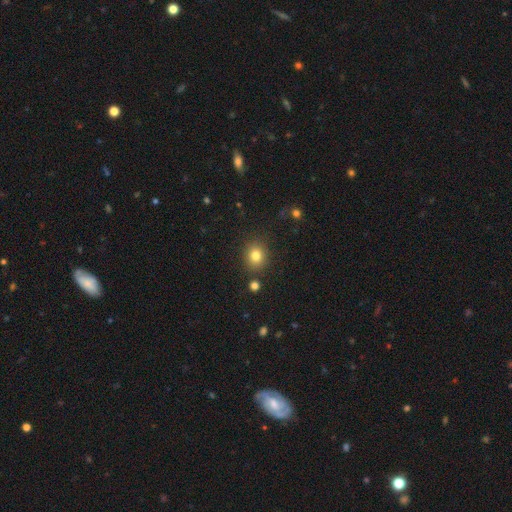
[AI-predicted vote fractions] A smooth galaxy with no disk features (82%) that is round (72%).

Vote fractions:
- Smooth or featured? smooth: 82% / star or artifact: 12% / featured or disk: 7%
- How rounded? round: 72% / in between: 27% / cigar-shaped: 1%
- Merging? none: 85% / minor disturbance: 9% / merger: 3% / major disturbance: 3%